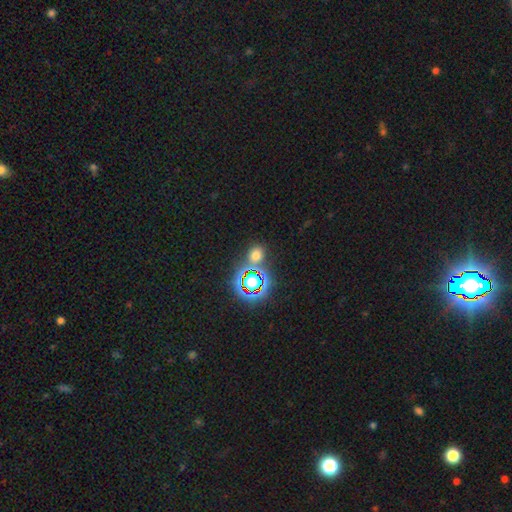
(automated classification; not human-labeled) A smooth galaxy with no disk features (57%) that is round (64%). Merging: none (74%).